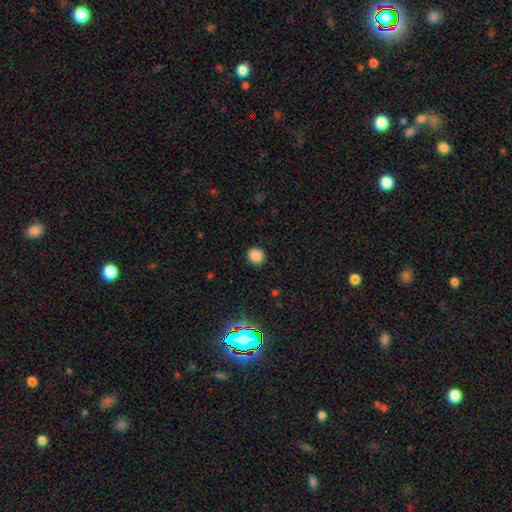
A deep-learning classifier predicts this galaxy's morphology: Smooth or featured: smooth — 85% (star or artifact — 12%)
How rounded: round — 84% (in between — 15%)
Merging: none — 90% (minor disturbance — 7%)